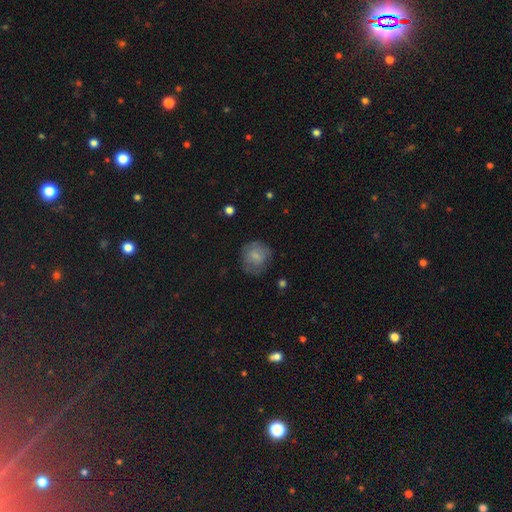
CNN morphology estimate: smooth-or-featured: smooth: 74% | featured or disk: 17% | star or artifact: 9%
  how-rounded: round: 82% | in between: 17% | cigar-shaped: 1%
  merging: none: 67% | minor disturbance: 22% | major disturbance: 10% | merger: 1%